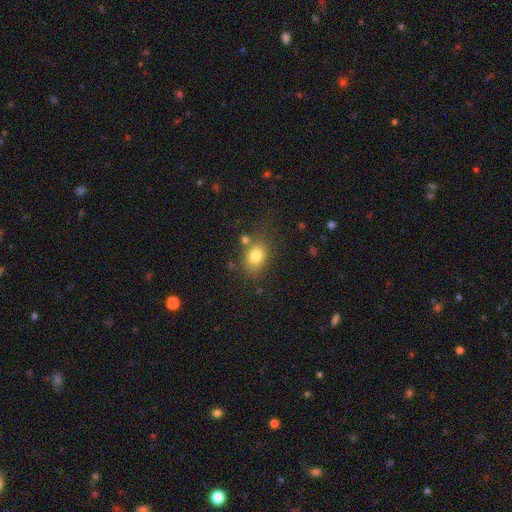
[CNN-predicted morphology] type=smooth (79%); roundness=in between (66%); merging=none (70%).